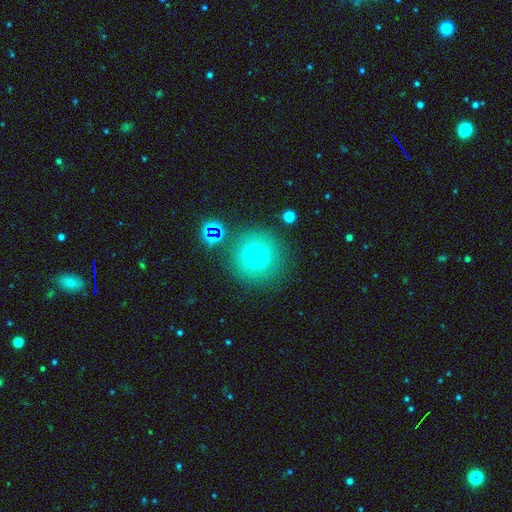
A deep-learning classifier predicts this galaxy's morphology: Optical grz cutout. It shows a smooth galaxy with no disk features (59%) that is round (95%). Merging: none (80%).